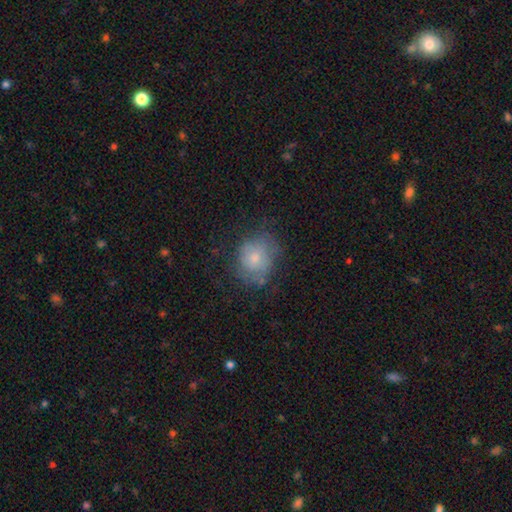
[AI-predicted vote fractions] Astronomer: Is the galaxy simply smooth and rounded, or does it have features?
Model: smooth — 65%.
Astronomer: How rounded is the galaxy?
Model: round — 67%.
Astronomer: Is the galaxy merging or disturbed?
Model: none — 57%.